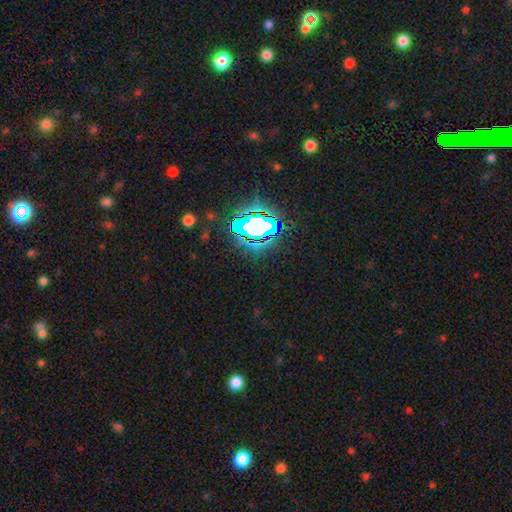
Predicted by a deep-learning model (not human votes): Overall: star or artifact (81%).